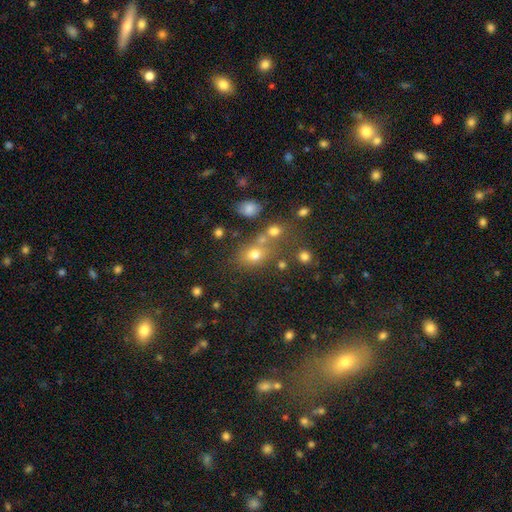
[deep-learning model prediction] The model was most divided on "how rounded": round: 55%, in between: 43%, cigar-shaped: 2%. More confident: smooth or featured — smooth (71%); merging — none (54%).